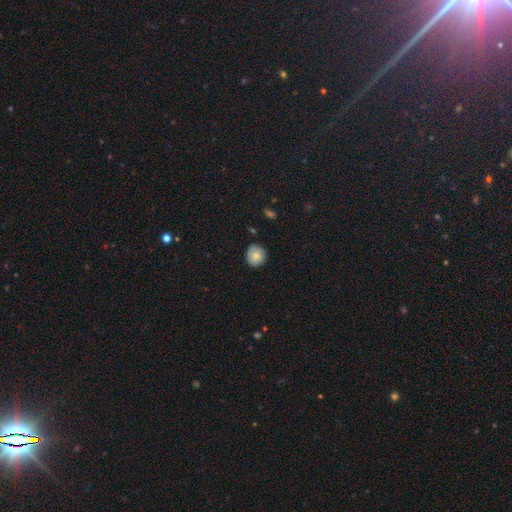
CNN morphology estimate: A smooth galaxy with no disk features (80%) that is round (83%). Merging: none (81%).